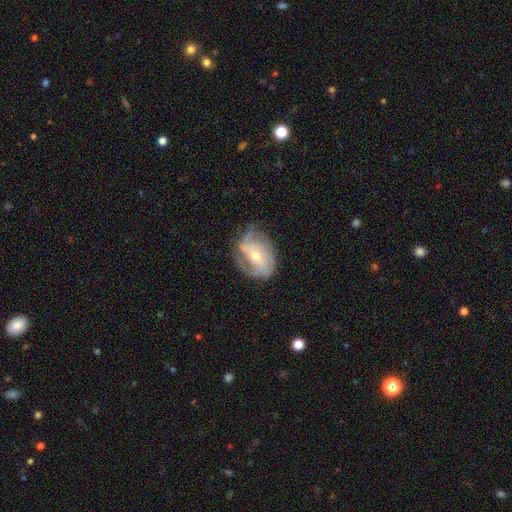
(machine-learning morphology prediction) Smooth or featured? Predicted: featured or disk (p=0.78). Edge-on disk? Predicted: no (p=0.96). Bar? Predicted: no (p=0.51). Spiral arms? Predicted: yes (p=0.90). Spiral winding? Predicted: medium (p=0.39, tied with tight). Spiral arm count? Predicted: 2 (p=0.40). Bulge size? Predicted: moderate (p=0.56). Merging? Predicted: none (p=0.63).